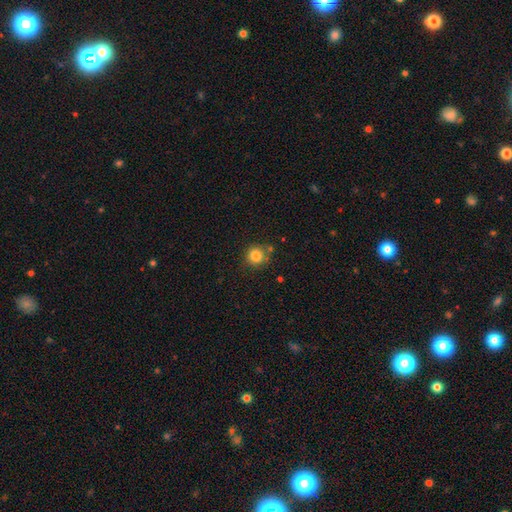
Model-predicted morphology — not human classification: Smooth or featured: smooth — 84% (star or artifact — 11%)
How rounded: round — 92% (in between — 7%)
Merging: none — 76% (minor disturbance — 13%)